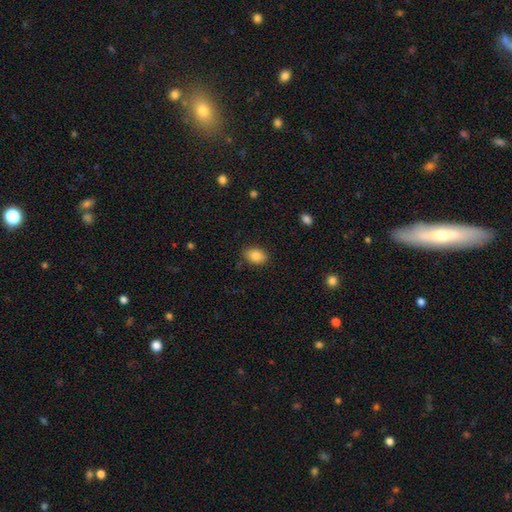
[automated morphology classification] This appears to be a smooth galaxy with no disk features (84%) that is in between round and cigar-shaped (83%). Merging: none (83%).